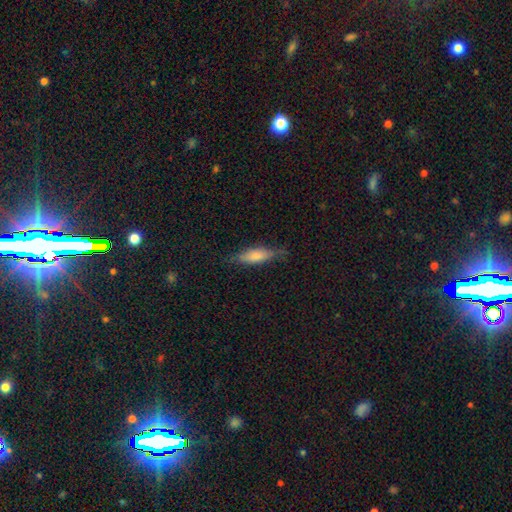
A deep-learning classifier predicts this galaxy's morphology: smooth_or_featured: smooth (p=0.64) [alt: featured or disk p=0.29]
how_rounded: cigar-shaped (p=0.62) [alt: in between p=0.36]
merging: none (p=0.78) [alt: minor disturbance p=0.17]